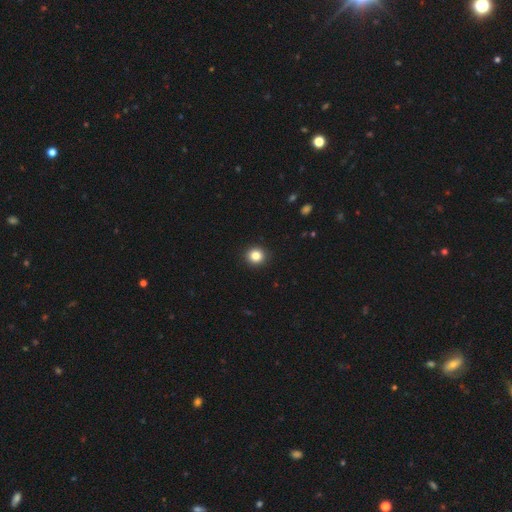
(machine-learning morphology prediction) Smooth or featured: smooth — 84% (star or artifact — 11%)
How rounded: round — 92% (in between — 7%)
Merging: none — 93% (minor disturbance — 4%)